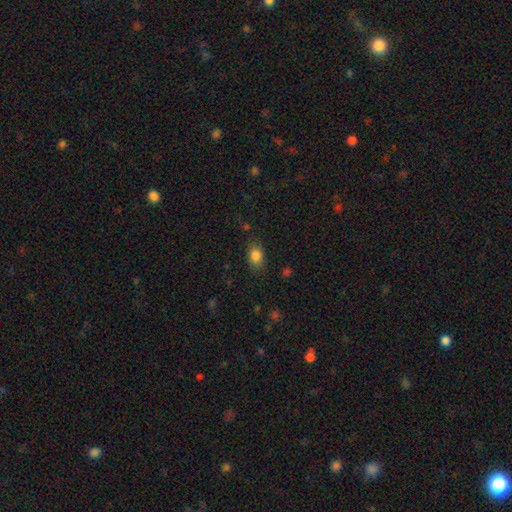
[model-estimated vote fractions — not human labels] Smooth or featured? smooth (85%)
How rounded? in between (79%)
Merging? none (81%)